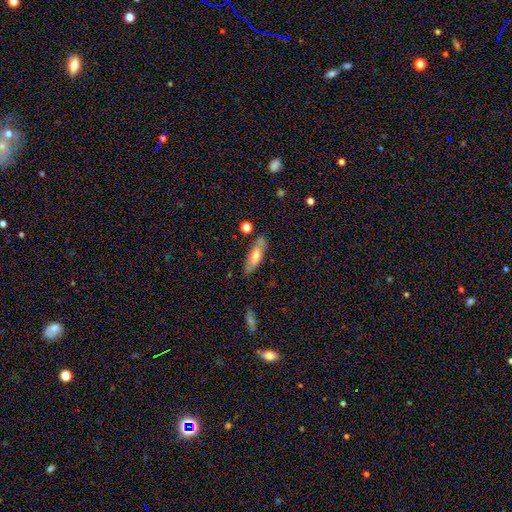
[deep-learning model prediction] A smooth galaxy with no disk features (53%) that is in between round and cigar-shaped (49%). Merging: none (79%).